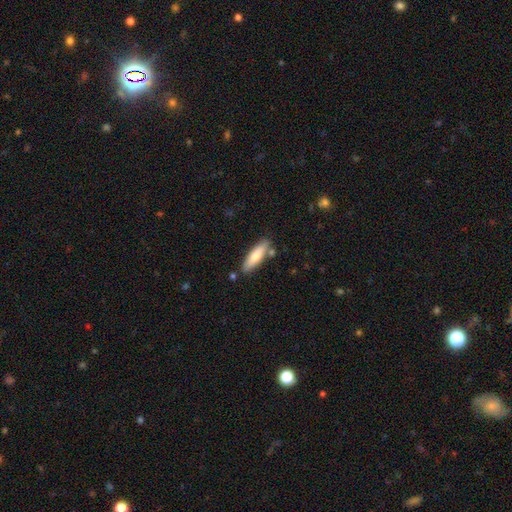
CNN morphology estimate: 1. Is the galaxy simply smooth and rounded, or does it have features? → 69% smooth, 26% featured or disk, 6% star or artifact.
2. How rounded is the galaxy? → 62% cigar-shaped, 36% in between, 2% round.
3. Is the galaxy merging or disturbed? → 80% none, 12% minor disturbance, 6% merger, 2% major disturbance.